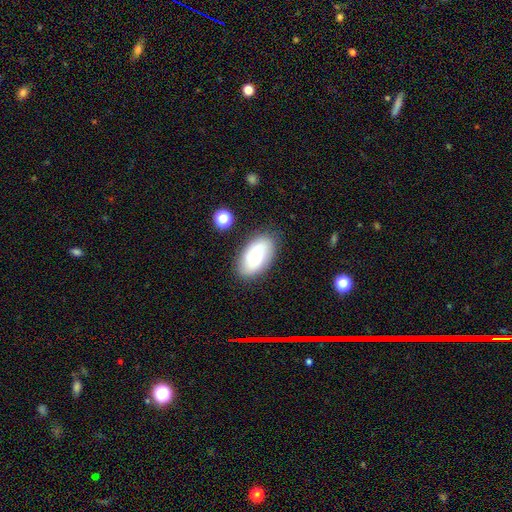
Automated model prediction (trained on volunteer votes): Smooth or featured? Predicted: smooth (p=0.54). How rounded? Predicted: in between (p=0.93). Merging? Predicted: none (p=0.80).